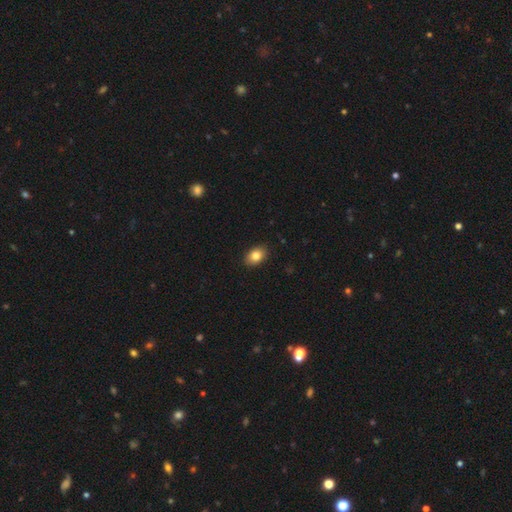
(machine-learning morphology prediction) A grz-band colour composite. It shows a smooth galaxy with no disk features (84%) that is in between round and cigar-shaped (82%). Merging: none (89%).